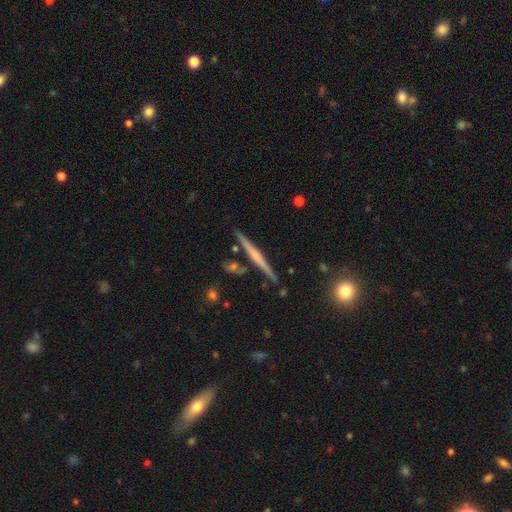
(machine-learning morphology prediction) featured or disk 61%, smooth 33%, star or artifact 6%. Down the decision tree: edge-on disk — yes (98%); edge-on bulge — none (58%); merging — none (87%).